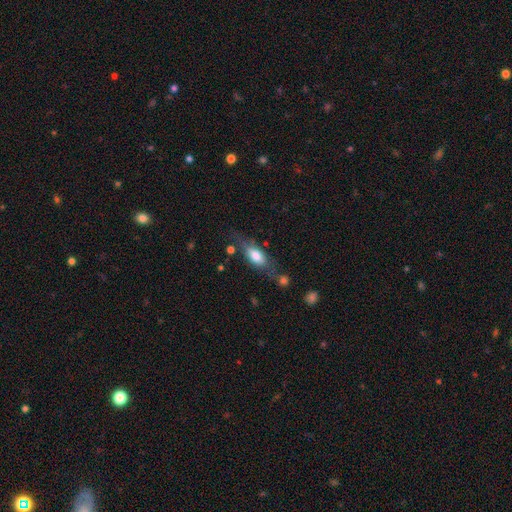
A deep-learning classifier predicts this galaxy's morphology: Smooth or featured?
  - smooth: 61% *
  - featured or disk: 32%
  - star or artifact: 7%
How rounded?
  - in between: 72% *
  - cigar-shaped: 23%
  - round: 5%
Merging?
  - none: 57% *
  - minor disturbance: 23%
  - major disturbance: 13%
  - merger: 8%